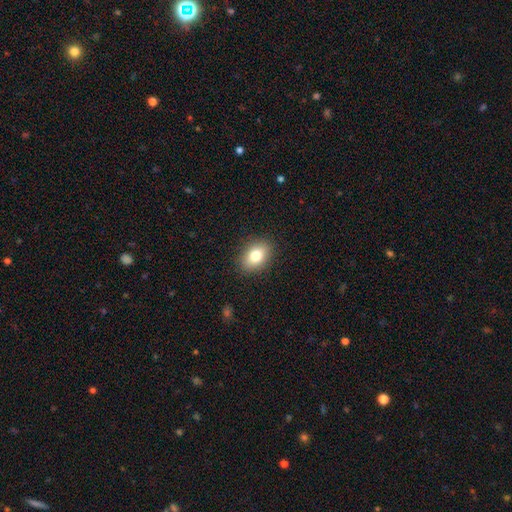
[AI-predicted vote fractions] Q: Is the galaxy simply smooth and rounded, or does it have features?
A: smooth — 80%.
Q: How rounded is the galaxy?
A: in between — 77%.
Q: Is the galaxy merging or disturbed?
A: none — 88%.